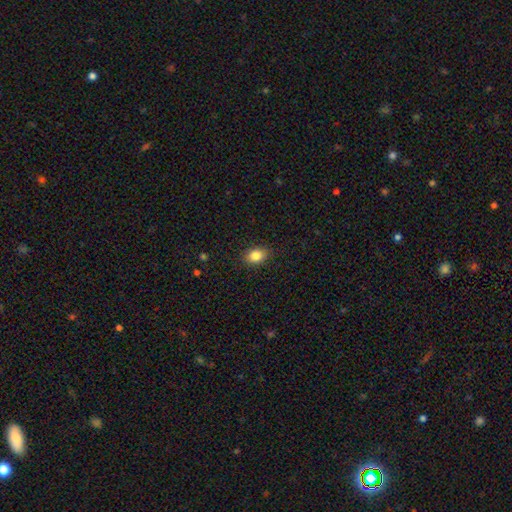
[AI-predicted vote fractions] smooth 85%, star or artifact 9%, featured or disk 6%. Down the decision tree: how rounded — in between (72%); merging — none (88%).